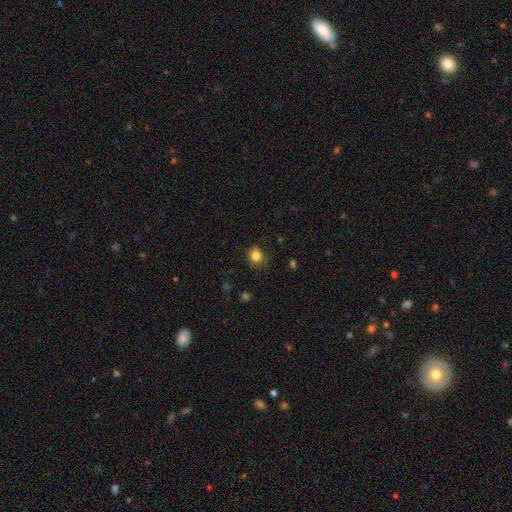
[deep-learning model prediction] Smooth or featured: smooth — 82% (star or artifact — 11%)
How rounded: round — 67% (in between — 32%)
Merging: none — 71% (minor disturbance — 21%)